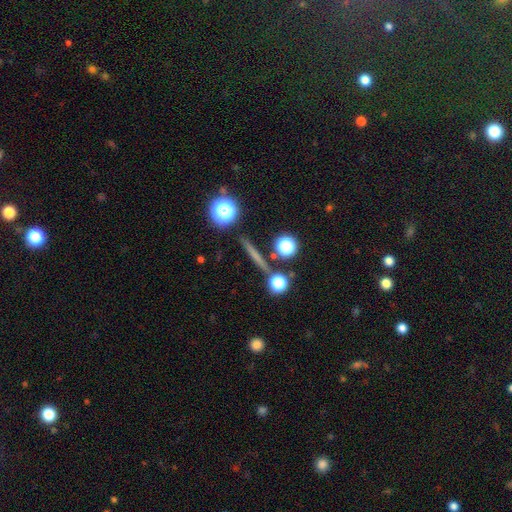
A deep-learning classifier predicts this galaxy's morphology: This is possibly a smooth galaxy (55%). How rounded: likely cigar-shaped (74%). Merging: clearly none (86%).